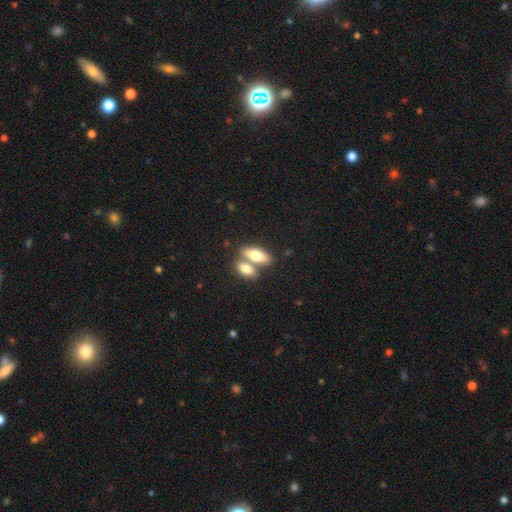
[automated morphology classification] smooth 71%, featured or disk 23%, star or artifact 6%. Down the decision tree: how rounded — in between (77%); merging — merger (52%).